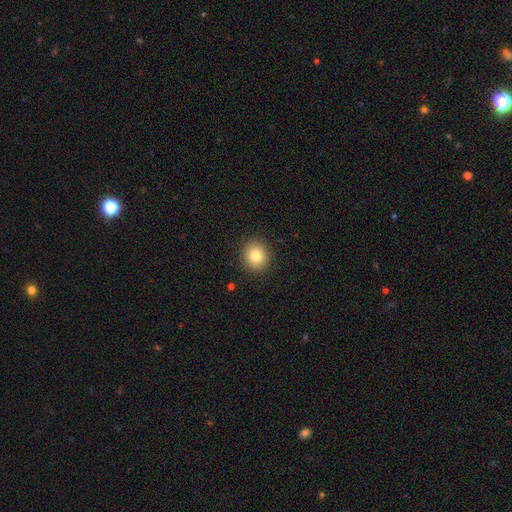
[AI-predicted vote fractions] smooth_or_featured: smooth (p=0.82) [alt: star or artifact p=0.10]
how_rounded: round (p=0.83) [alt: in between p=0.16]
merging: none (p=0.91) [alt: minor disturbance p=0.06]